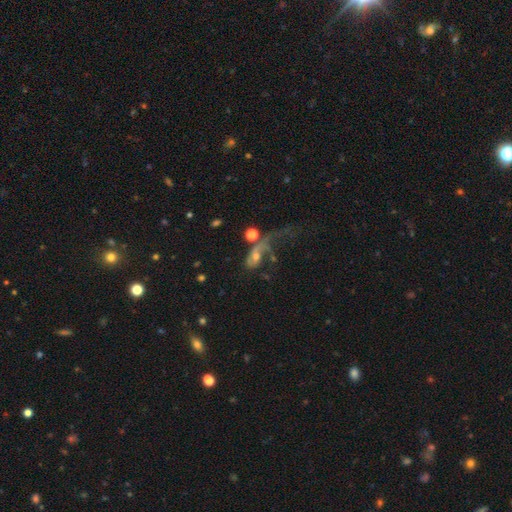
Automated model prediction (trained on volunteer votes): Overall: featured or disk (54%; smooth 31%). Edge-on disk: no (90%). Merging: major disturbance (50%; none 20%).